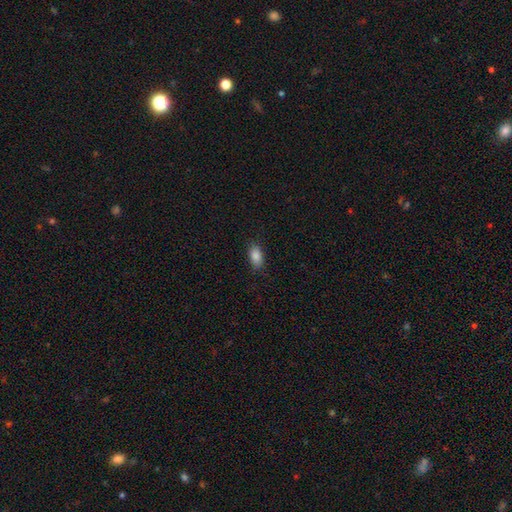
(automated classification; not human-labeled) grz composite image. It shows a smooth galaxy with no disk features (87%) that is in between round and cigar-shaped (91%). Merging: none (83%).